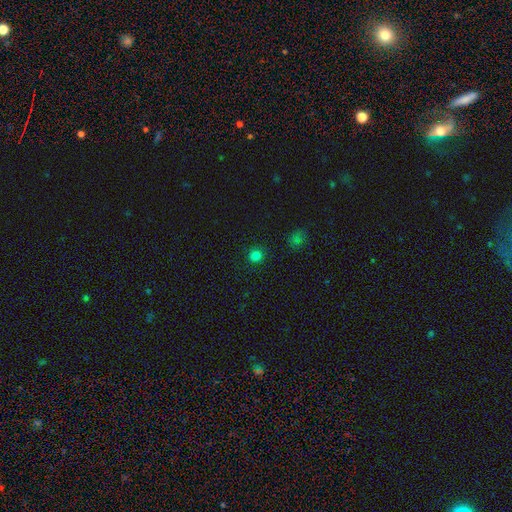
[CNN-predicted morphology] This is likely a smooth galaxy (80%). How rounded: clearly round (90%). Merging: clearly none (90%).